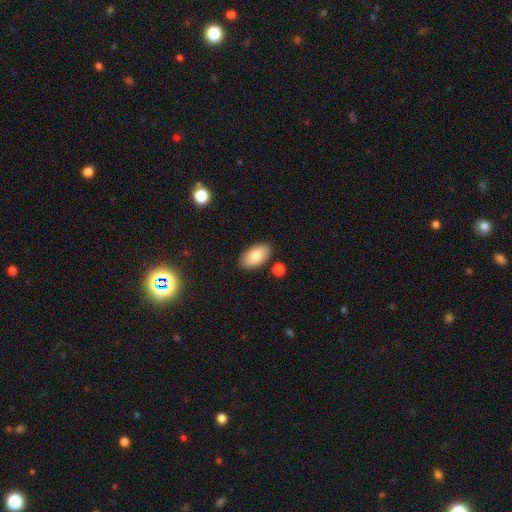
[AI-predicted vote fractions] A smooth galaxy with no disk features (82%) that is in between round and cigar-shaped (95%).

Vote fractions:
- Smooth or featured? smooth: 82% / featured or disk: 12% / star or artifact: 7%
- How rounded? in between: 95% / round: 3% / cigar-shaped: 2%
- Merging? none: 84% / minor disturbance: 10% / merger: 4% / major disturbance: 2%